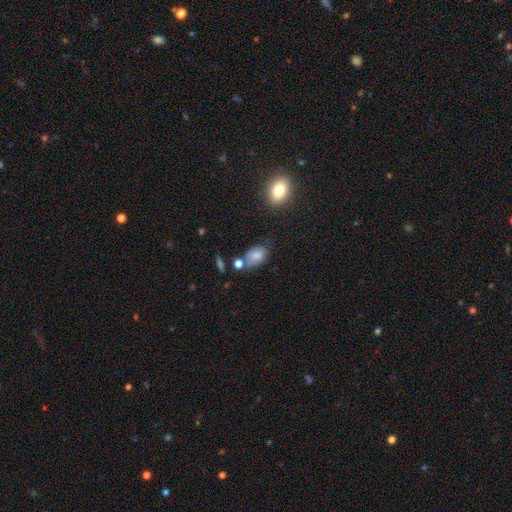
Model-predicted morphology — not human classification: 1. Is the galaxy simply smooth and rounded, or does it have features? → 75% smooth, 14% featured or disk, 11% star or artifact.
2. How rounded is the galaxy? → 84% in between, 14% round, 2% cigar-shaped.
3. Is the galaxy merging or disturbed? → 52% none, 27% minor disturbance, 13% merger, 9% major disturbance.